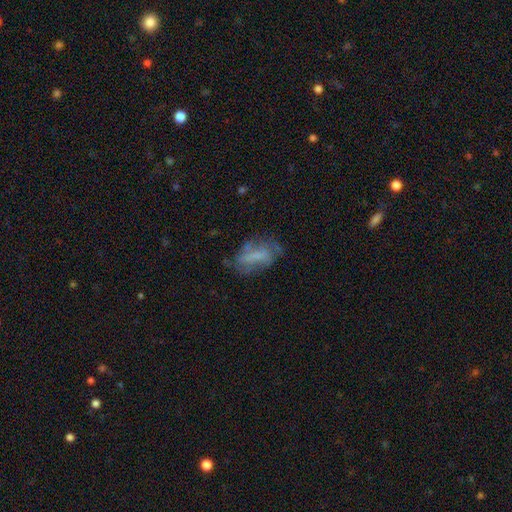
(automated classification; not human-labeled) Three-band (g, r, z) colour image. It shows a featured or disk galaxy (46%). Merging: none (50%).